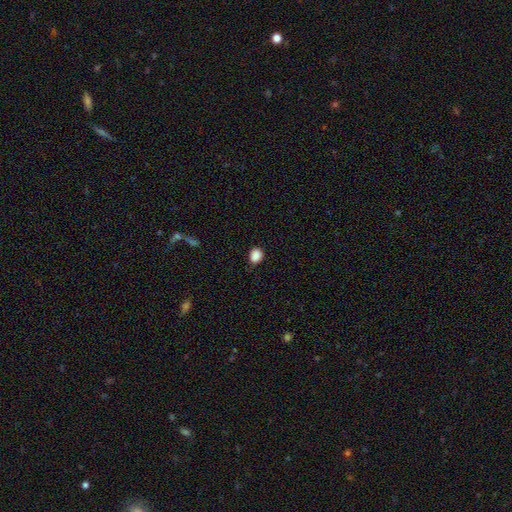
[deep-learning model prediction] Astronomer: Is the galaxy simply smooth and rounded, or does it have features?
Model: smooth — 88%.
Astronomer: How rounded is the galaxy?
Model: round — 53% (runner-up: in between, 46%).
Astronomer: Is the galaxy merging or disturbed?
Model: none — 84%.